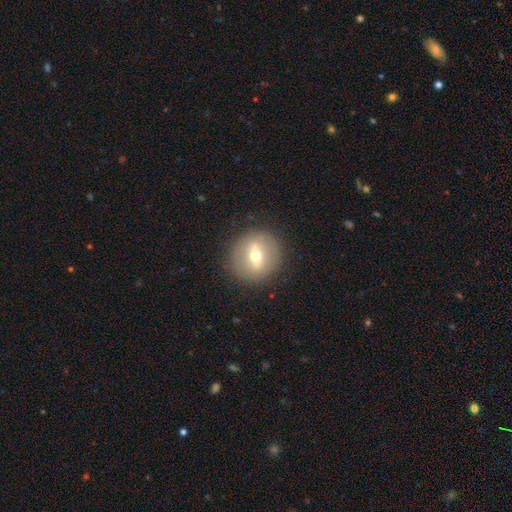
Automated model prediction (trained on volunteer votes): smooth_or_featured: featured or disk (p=0.52) [alt: smooth p=0.40]
disk_edge_on: no (p=0.72) [alt: yes p=0.28]
merging: none (p=0.88) [alt: minor disturbance p=0.07]